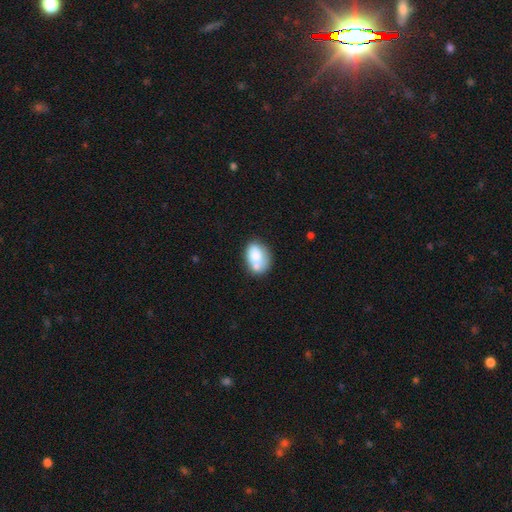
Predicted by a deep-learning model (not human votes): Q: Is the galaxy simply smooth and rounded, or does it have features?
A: smooth — 74%.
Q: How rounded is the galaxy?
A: in between — 82%.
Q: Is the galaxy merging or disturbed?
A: none — 43%.